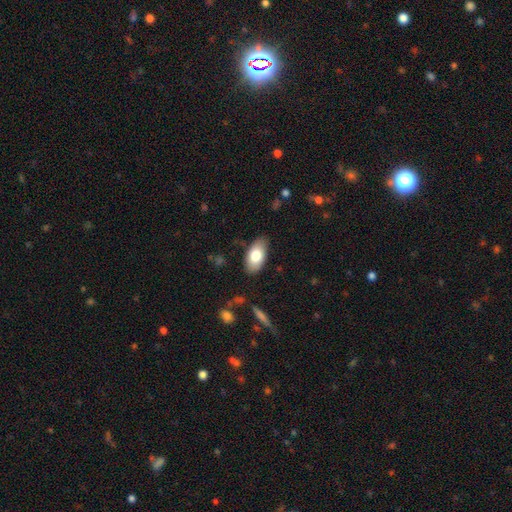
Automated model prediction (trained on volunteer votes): smooth 77%, featured or disk 16%, star or artifact 7%. Down the decision tree: how rounded — in between (93%); merging — none (83%).